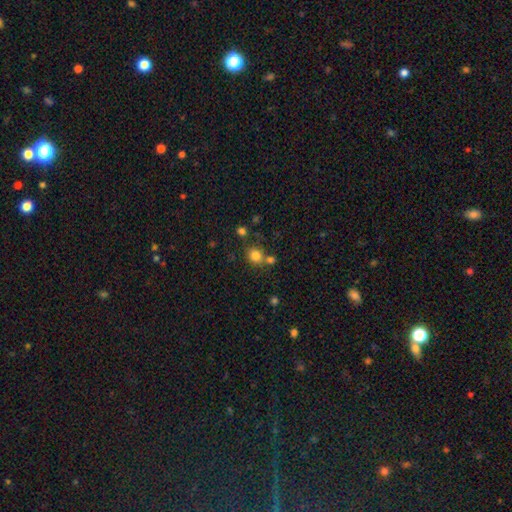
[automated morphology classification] This appears to be a smooth galaxy with no disk features (81%) that is round (80%). Merging: none (67%).